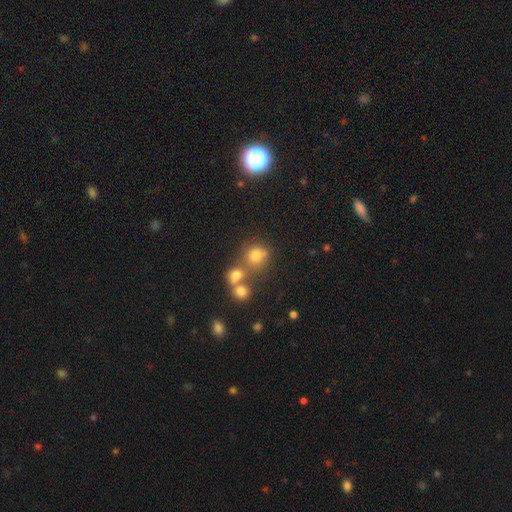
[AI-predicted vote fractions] Smooth or featured?
  - smooth: 67% *
  - star or artifact: 23%
  - featured or disk: 10%
How rounded?
  - round: 85% *
  - in between: 13%
  - cigar-shaped: 1%
Merging?
  - none: 57% *
  - merger: 29%
  - minor disturbance: 9%
  - major disturbance: 5%